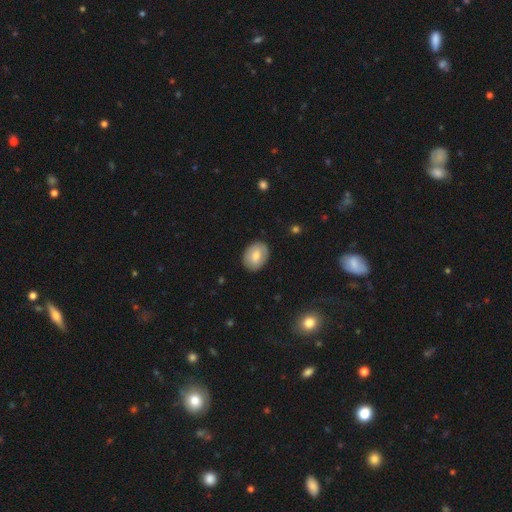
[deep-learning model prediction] smooth 73%, featured or disk 20%, star or artifact 7%. Down the decision tree: how rounded — in between (65%); merging — none (85%).